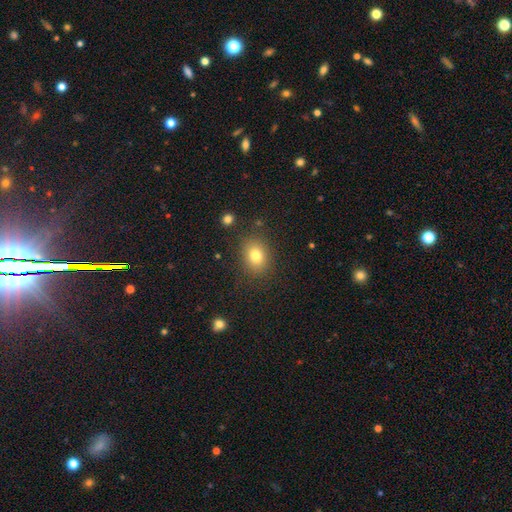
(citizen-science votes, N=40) This is clearly a smooth galaxy (88%). How rounded: possibly in between (57%). Merging: clearly none (84%).